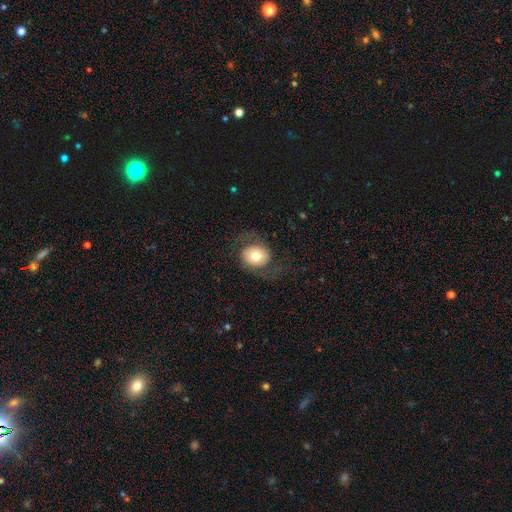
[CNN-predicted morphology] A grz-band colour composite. It shows a smooth galaxy with no disk features (56%) that is round (71%). Merging: none (70%).